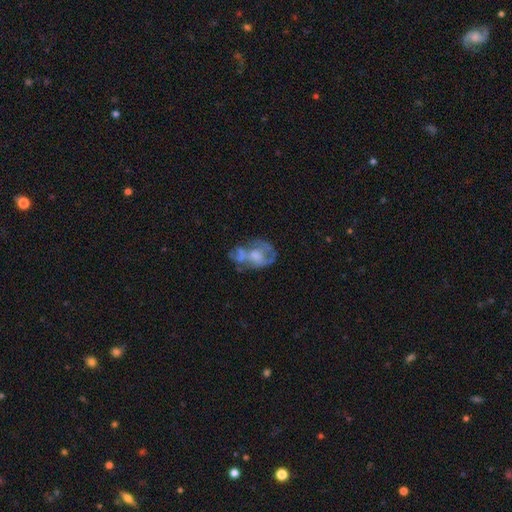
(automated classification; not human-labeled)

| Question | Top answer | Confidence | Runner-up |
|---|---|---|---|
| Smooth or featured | featured or disk | 59% | smooth (31%) |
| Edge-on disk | no | 97% | yes (3%) |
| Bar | no | 82% | weak (15%) |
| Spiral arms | no | 77% | yes (23%) |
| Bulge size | moderate | 38% | none (27%) |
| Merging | none | 34% | major disturbance (29%) |